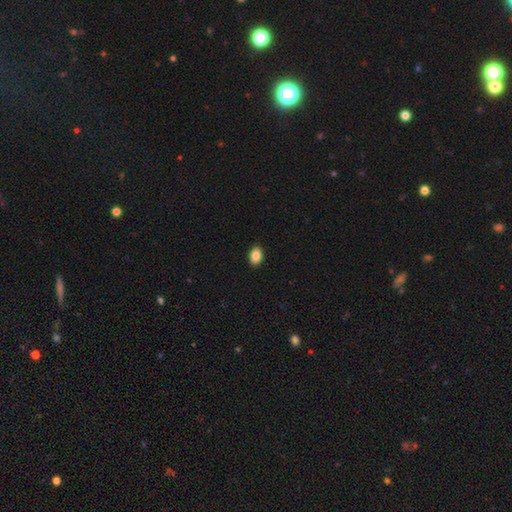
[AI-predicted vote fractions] This is clearly a smooth galaxy (87%). How rounded: clearly in between (85%). Merging: clearly none (91%).